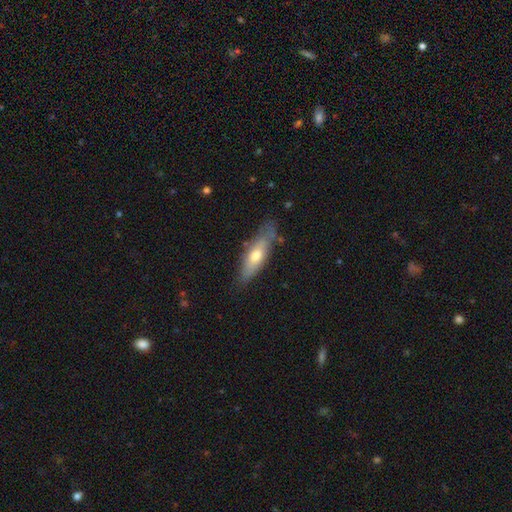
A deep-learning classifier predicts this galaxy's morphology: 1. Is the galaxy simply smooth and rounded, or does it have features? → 58% smooth, 36% featured or disk, 6% star or artifact.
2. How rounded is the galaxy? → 50% cigar-shaped, 48% in between, 2% round.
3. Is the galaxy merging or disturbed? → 73% none, 20% minor disturbance, 5% major disturbance, 3% merger.